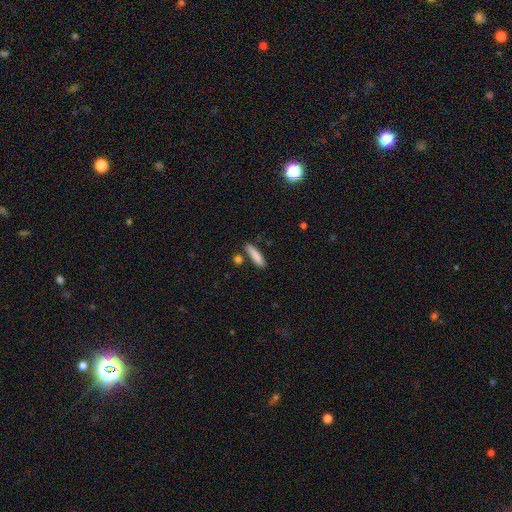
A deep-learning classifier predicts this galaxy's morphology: A smooth galaxy with no disk features (85%) that is cigar-shaped (81%). Merging: none (79%).